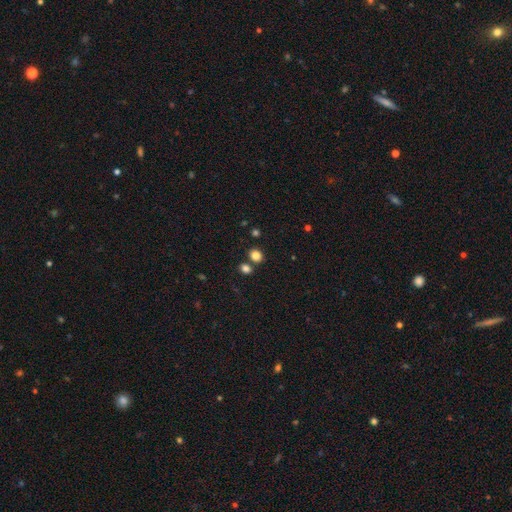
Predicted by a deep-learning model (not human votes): Q: Smooth or featured?
A: smooth (83%); runner-up: star or artifact (12%)
Q: How rounded?
A: round (67%); runner-up: in between (32%)
Q: Merging?
A: none (74%); runner-up: merger (15%)